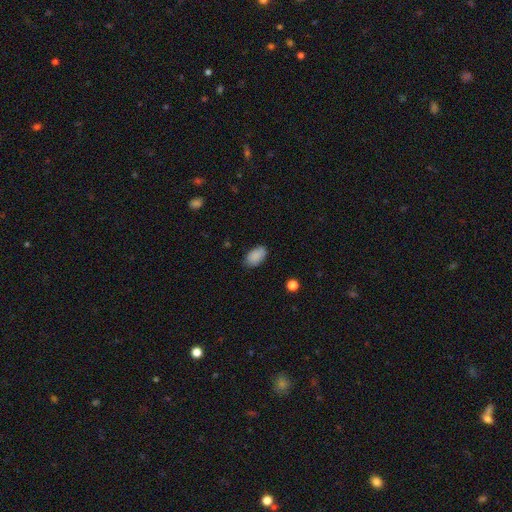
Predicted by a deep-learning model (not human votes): Smooth or featured?
  - smooth: 88% *
  - star or artifact: 8%
  - featured or disk: 4%
How rounded?
  - in between: 93% *
  - round: 5%
  - cigar-shaped: 2%
Merging?
  - none: 81% *
  - minor disturbance: 15%
  - major disturbance: 3%
  - merger: 1%